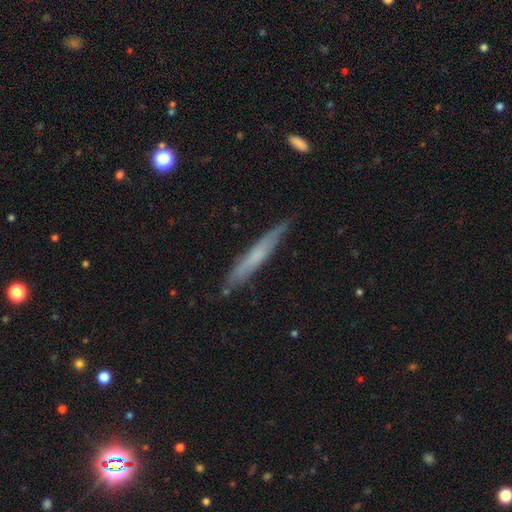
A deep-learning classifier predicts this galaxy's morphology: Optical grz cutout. It shows a smooth galaxy with no disk features (51%) that is cigar-shaped (95%). Merging: none (83%).